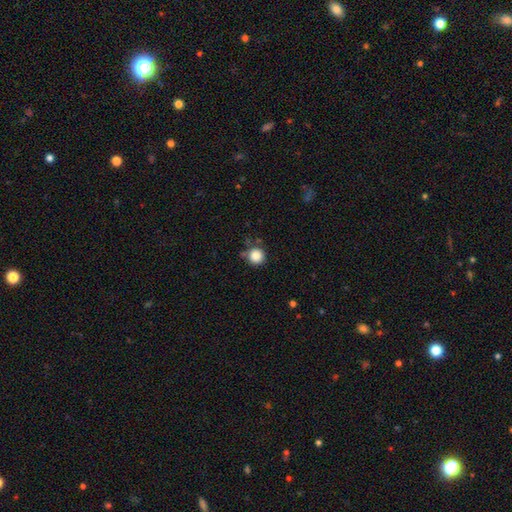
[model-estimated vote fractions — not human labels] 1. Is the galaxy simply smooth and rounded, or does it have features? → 86% smooth, 10% star or artifact, 4% featured or disk.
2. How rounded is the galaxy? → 94% round, 5% in between, 1% cigar-shaped.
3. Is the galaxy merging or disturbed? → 78% none, 13% minor disturbance, 5% merger, 3% major disturbance.